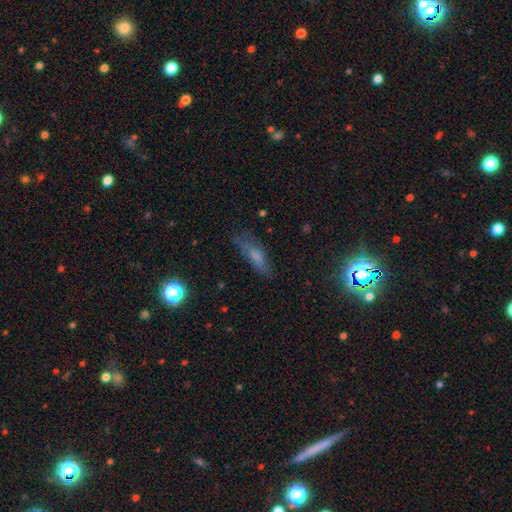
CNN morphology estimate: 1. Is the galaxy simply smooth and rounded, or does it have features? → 55% smooth, 29% featured or disk, 17% star or artifact.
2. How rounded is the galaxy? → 57% in between, 39% cigar-shaped, 4% round.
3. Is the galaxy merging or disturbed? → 65% none, 23% minor disturbance, 10% major disturbance, 2% merger.